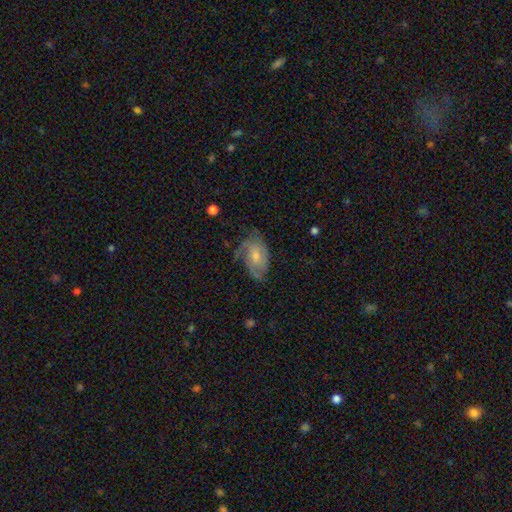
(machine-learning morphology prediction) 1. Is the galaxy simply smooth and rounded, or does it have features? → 69% featured or disk, 23% smooth, 8% star or artifact.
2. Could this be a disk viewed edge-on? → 96% no, 4% yes.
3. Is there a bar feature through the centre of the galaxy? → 65% no, 30% weak, 5% strong.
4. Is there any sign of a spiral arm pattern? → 90% yes, 10% no.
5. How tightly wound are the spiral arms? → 45% tight, 41% medium, 15% loose.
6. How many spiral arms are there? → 30% can't tell, 28% 2, 24% 3, 8% 4, 6% 1, 4% more than 4.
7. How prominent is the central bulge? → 47% small, 45% moderate, 4% none, 3% large, 1% dominant.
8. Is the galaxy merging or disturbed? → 62% none, 24% minor disturbance, 12% major disturbance, 2% merger.